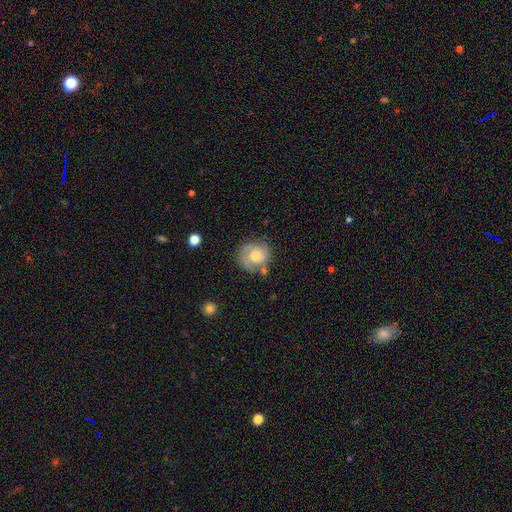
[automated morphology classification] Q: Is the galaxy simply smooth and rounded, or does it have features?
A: featured or disk — 66%.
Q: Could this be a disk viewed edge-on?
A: no — 98%.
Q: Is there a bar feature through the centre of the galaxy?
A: no — 73%.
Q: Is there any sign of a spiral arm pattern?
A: yes — 90%.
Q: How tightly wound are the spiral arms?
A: tight — 57%.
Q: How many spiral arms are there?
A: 2 — 63%.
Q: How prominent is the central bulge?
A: moderate — 55%.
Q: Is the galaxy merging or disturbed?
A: none — 68%.